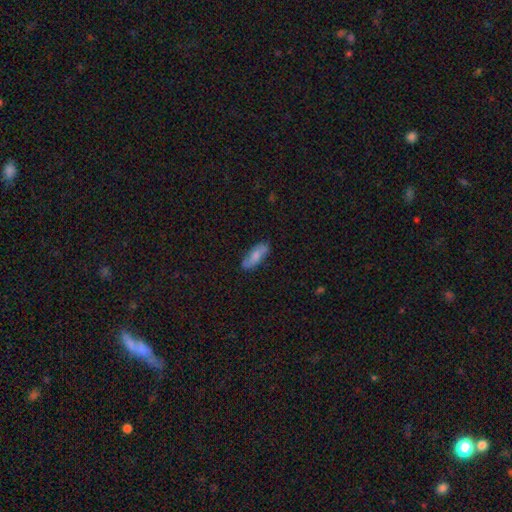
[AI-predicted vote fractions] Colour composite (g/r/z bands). It shows a smooth galaxy with no disk features (62%) that is in between round and cigar-shaped (67%). Merging: none (78%).